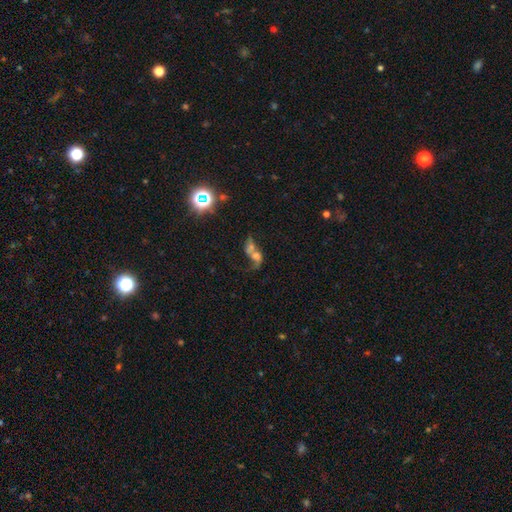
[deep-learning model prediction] A featured or disk galaxy (41%, tied with smooth).

Vote fractions:
- Smooth or featured? featured or disk: 41% (tied) / smooth: 41% (tied) / star or artifact: 18%
- Merging? merger: 69% / major disturbance: 13% / none: 12% / minor disturbance: 6%